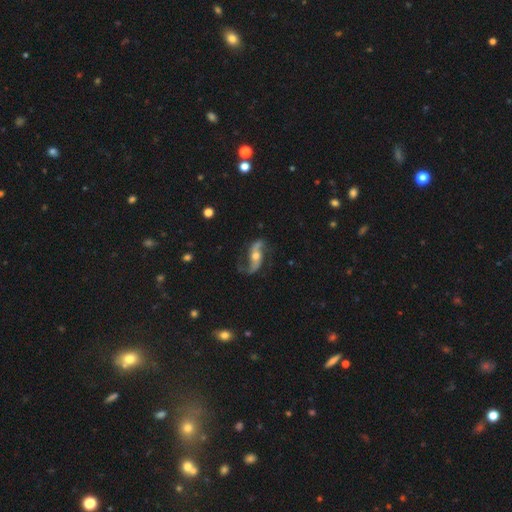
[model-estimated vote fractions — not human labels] Smooth or featured? featured or disk (85%)
Edge-on disk? no (91%)
Bar? no (43%)
Spiral arms? yes (94%)
Spiral winding? loose (74%)
Spiral arm count? 2 (93%)
Bulge size? moderate (66%)
Merging? none (71%)